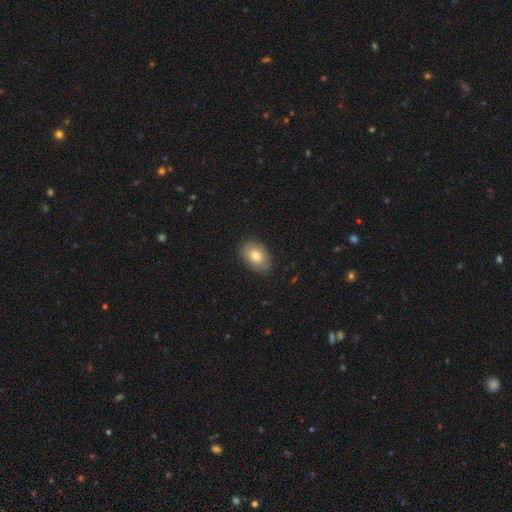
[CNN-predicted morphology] smooth 74%, featured or disk 19%, star or artifact 7%. Down the decision tree: how rounded — in between (79%); merging — none (79%).